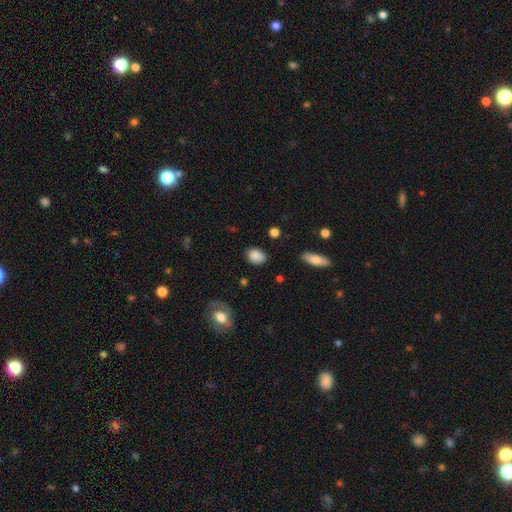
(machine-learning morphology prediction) Overall: smooth (85%). How rounded: in between (66%; round 32%). Merging: none (77%).